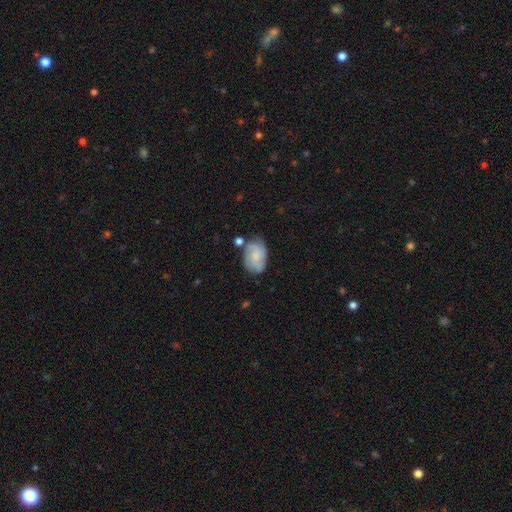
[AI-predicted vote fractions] A featured or disk galaxy (51%).

Vote fractions:
- Smooth or featured? featured or disk: 51% / smooth: 41% / star or artifact: 8%
- Edge-on disk? no: 97% / yes: 3%
- Merging? none: 60% / minor disturbance: 24% / major disturbance: 8% / merger: 8%